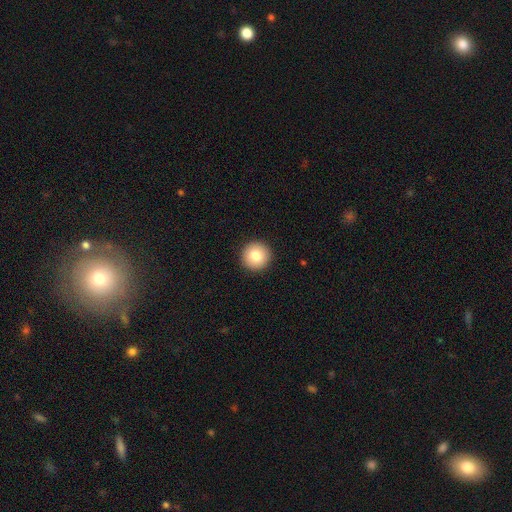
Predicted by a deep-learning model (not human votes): Smooth or featured? smooth (82%)
How rounded? round (96%)
Merging? none (94%)